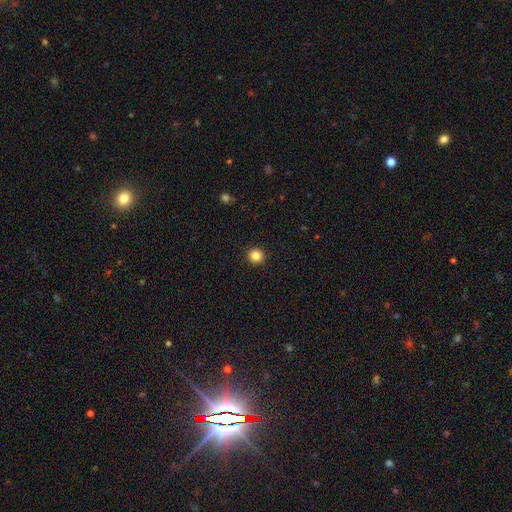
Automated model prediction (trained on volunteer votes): Smooth or featured?
  - smooth: 84% *
  - star or artifact: 12%
  - featured or disk: 4%
How rounded?
  - round: 96% *
  - in between: 3%
  - cigar-shaped: 1%
Merging?
  - none: 93% *
  - minor disturbance: 4%
  - major disturbance: 1%
  - merger: 1%